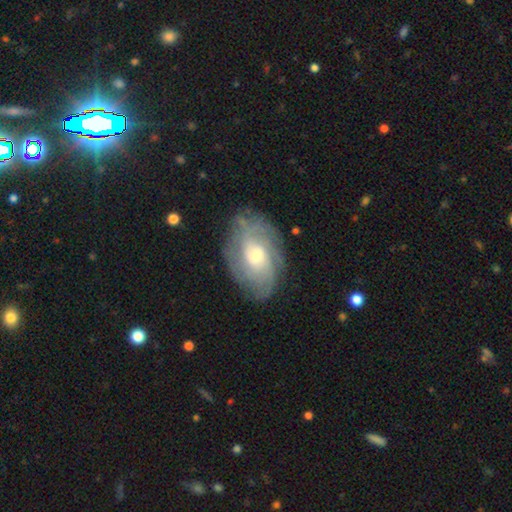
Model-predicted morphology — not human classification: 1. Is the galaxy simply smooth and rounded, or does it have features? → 75% featured or disk, 18% smooth, 7% star or artifact.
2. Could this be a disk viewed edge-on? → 96% no, 4% yes.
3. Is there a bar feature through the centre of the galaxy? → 63% no, 32% weak, 5% strong.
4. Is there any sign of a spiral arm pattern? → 89% yes, 11% no.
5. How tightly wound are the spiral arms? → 57% tight, 32% medium, 11% loose.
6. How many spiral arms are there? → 49% can't tell, 14% 2, 14% 3, 12% 4, 6% more than 4, 5% 1.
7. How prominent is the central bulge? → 53% moderate, 34% small, 10% large, 2% none, 1% dominant.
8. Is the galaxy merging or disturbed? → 73% none, 18% minor disturbance, 7% major disturbance, 1% merger.